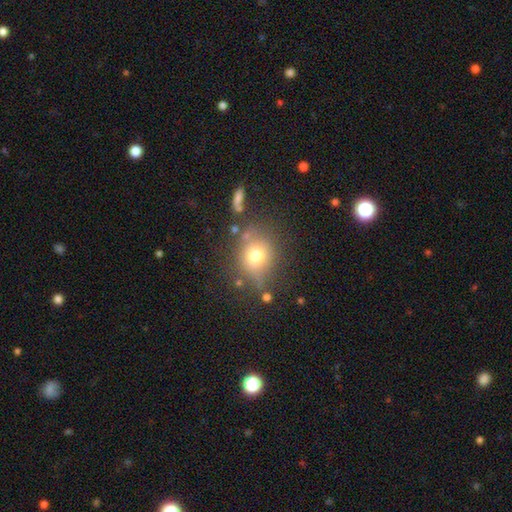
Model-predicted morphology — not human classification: smooth 71%, featured or disk 15%, star or artifact 14%. Down the decision tree: how rounded — round (69%); merging — none (67%).